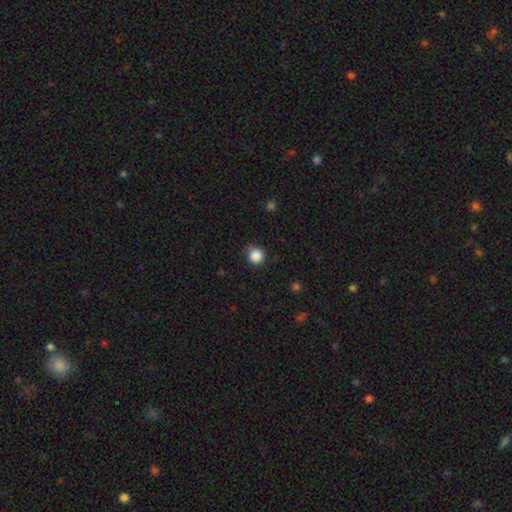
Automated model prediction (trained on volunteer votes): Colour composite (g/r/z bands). It shows a smooth galaxy with no disk features (86%) that is round (92%). Merging: none (76%).